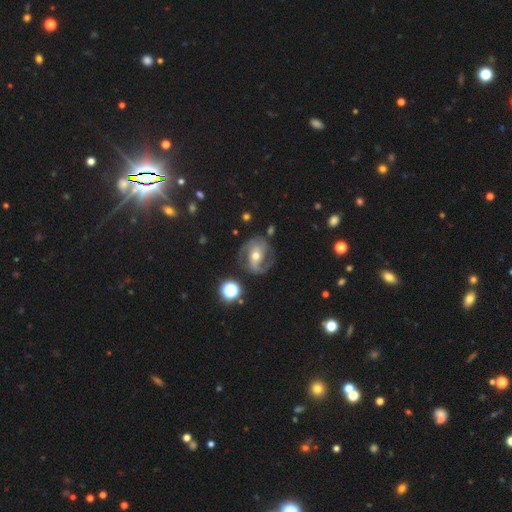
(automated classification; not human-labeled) Smooth or featured? Predicted: featured or disk (p=0.83). Edge-on disk? Predicted: no (p=0.97). Bar? Predicted: weak (p=0.37). Spiral arms? Predicted: yes (p=0.94). Spiral winding? Predicted: medium (p=0.51). Spiral arm count? Predicted: 2 (p=0.81). Bulge size? Predicted: moderate (p=0.66). Merging? Predicted: none (p=0.70).